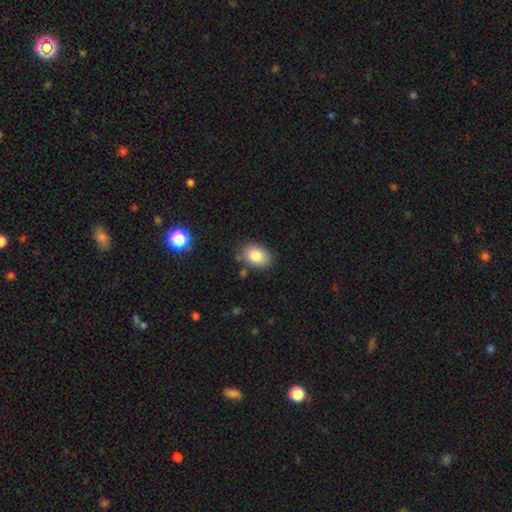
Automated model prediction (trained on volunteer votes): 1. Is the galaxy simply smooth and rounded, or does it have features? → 84% smooth, 8% star or artifact, 8% featured or disk.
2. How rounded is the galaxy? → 81% in between, 18% round, 1% cigar-shaped.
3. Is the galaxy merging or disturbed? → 80% none, 14% minor disturbance, 3% merger, 3% major disturbance.